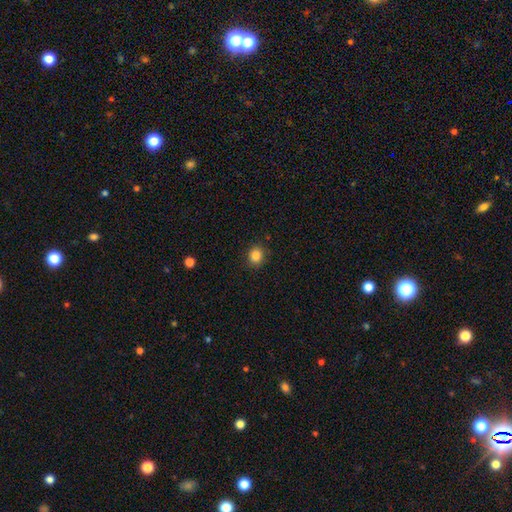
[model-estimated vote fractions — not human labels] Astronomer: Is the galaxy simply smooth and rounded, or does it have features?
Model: smooth — 85%.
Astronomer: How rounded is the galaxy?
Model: round — 75%.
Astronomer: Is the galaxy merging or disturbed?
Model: none — 88%.